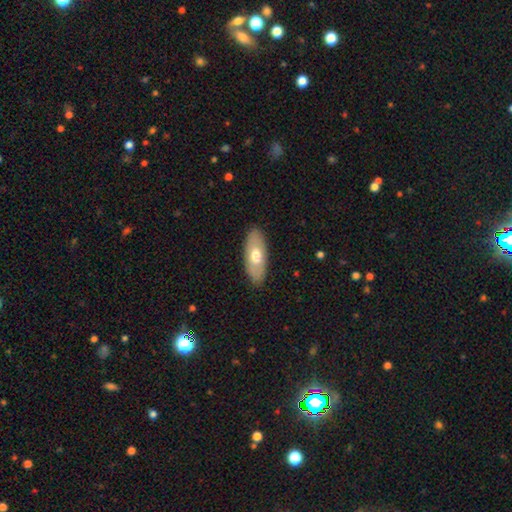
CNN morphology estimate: Smooth or featured? Predicted: smooth (p=0.64). How rounded? Predicted: in between (p=0.82). Merging? Predicted: none (p=0.86).